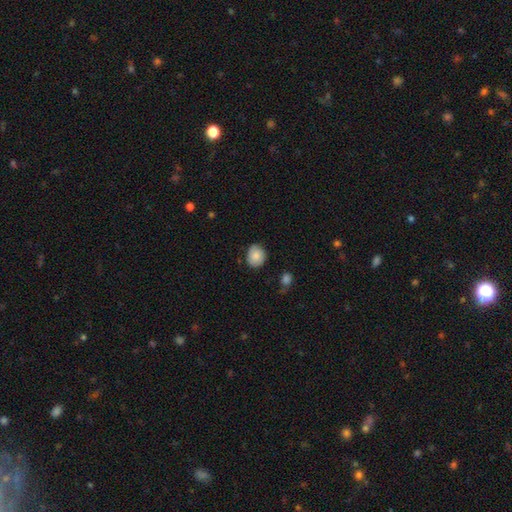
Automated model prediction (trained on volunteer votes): Q: Smooth or featured?
A: smooth (83%); runner-up: featured or disk (10%)
Q: How rounded?
A: round (62%); runner-up: in between (37%)
Q: Merging?
A: none (73%); runner-up: minor disturbance (21%)